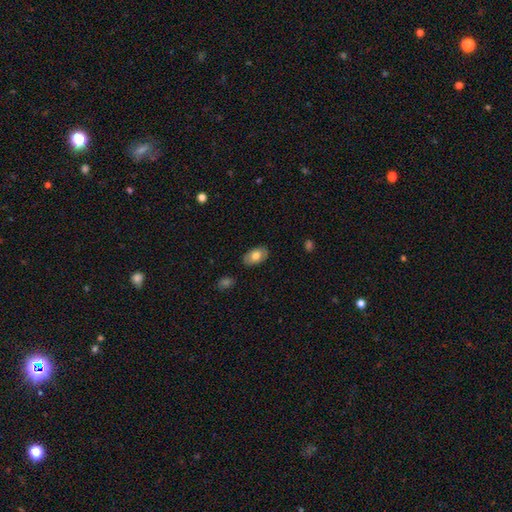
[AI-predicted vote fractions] smooth 73%, featured or disk 20%, star or artifact 6%. Down the decision tree: how rounded — in between (93%); merging — none (86%).